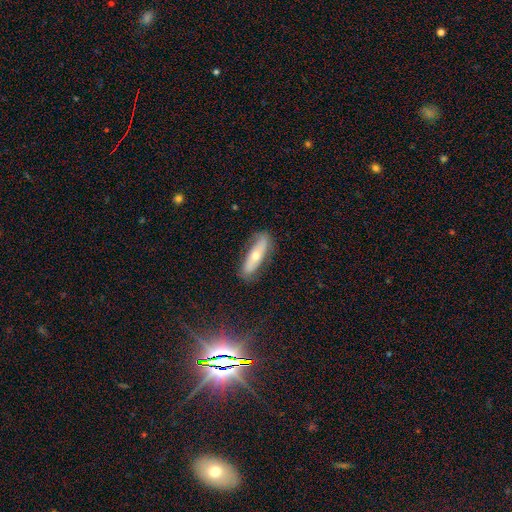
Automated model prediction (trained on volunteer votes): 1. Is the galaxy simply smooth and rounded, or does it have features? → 51% featured or disk, 41% smooth, 8% star or artifact.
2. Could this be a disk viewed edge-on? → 54% no, 46% yes.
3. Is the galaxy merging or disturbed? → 79% none, 15% minor disturbance, 4% major disturbance, 1% merger.